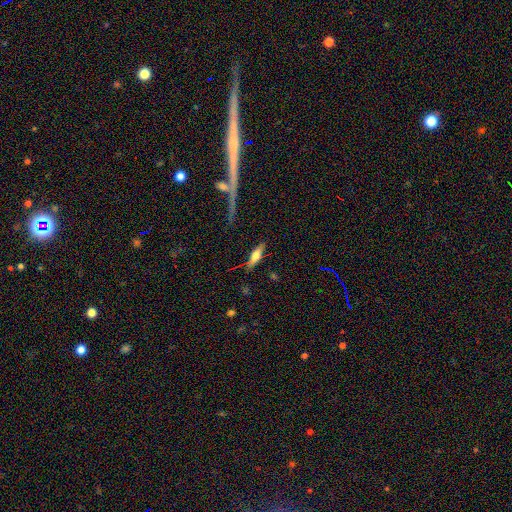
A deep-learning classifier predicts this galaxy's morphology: This is possibly a smooth galaxy (49%). Merging: likely none (78%).